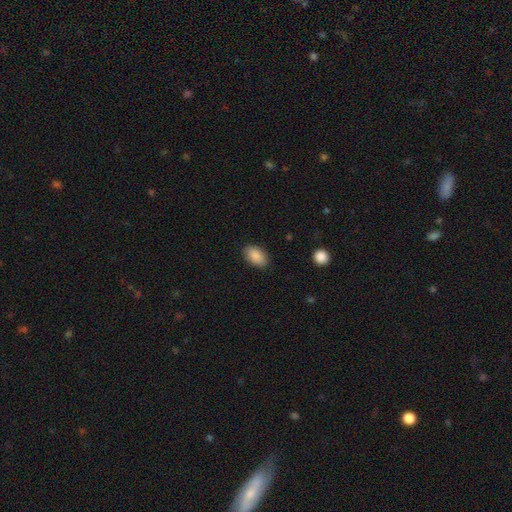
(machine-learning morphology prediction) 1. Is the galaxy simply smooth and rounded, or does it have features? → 89% smooth, 7% star or artifact, 4% featured or disk.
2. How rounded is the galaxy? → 93% in between, 6% round, 1% cigar-shaped.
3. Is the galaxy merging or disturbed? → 87% none, 10% minor disturbance, 2% major disturbance, 1% merger.